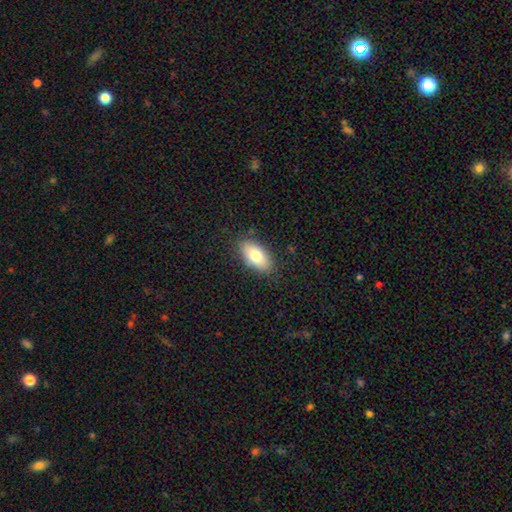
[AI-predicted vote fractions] This is likely a smooth galaxy (74%). How rounded: clearly in between (91%). Merging: clearly none (85%).